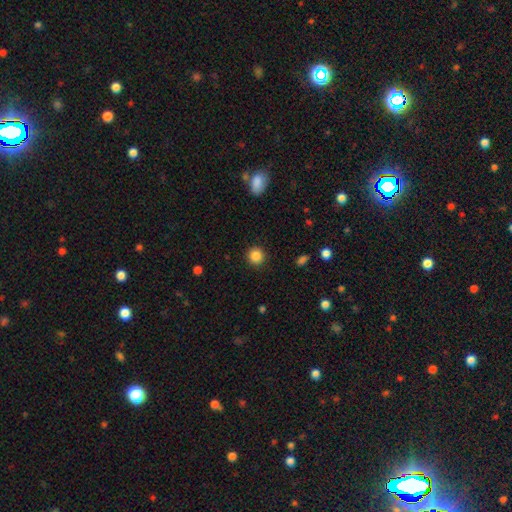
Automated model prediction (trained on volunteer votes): The model was most divided on "smooth or featured": smooth: 86%, star or artifact: 10%, featured or disk: 4%. More confident: how rounded — round (92%); merging — none (91%).